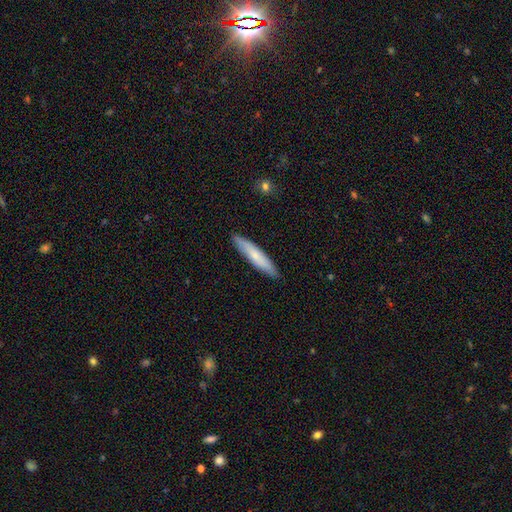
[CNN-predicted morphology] Q: Smooth or featured?
A: smooth (67%); runner-up: featured or disk (27%)
Q: How rounded?
A: cigar-shaped (88%); runner-up: in between (10%)
Q: Merging?
A: none (89%); runner-up: minor disturbance (9%)